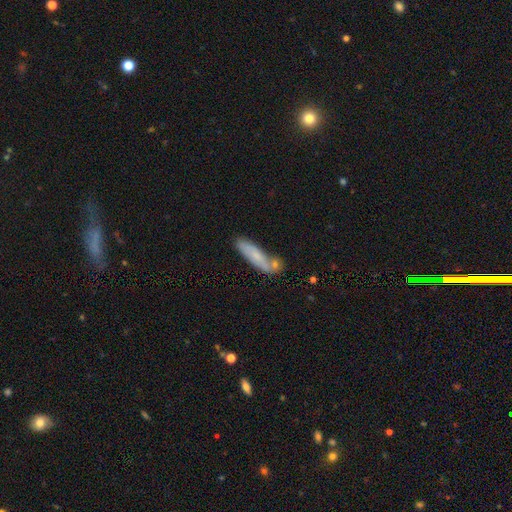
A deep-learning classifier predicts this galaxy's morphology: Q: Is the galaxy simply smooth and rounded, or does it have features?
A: smooth — 64%.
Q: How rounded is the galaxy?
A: cigar-shaped — 72%.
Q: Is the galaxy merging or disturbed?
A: none — 56%.